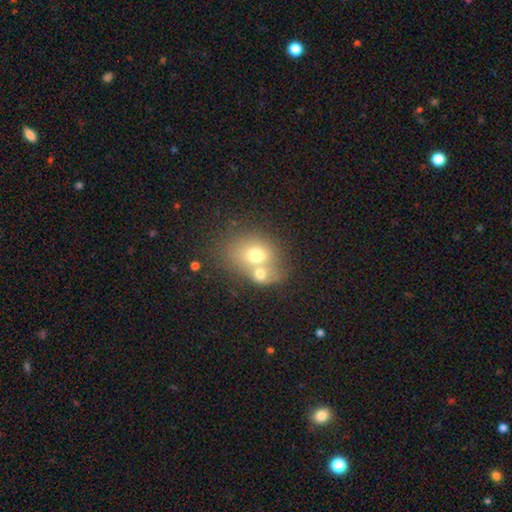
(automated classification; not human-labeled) The model was most divided on "how rounded": round: 52%, in between: 47%, cigar-shaped: 1%. More confident: smooth or featured — smooth (67%); merging — merger (61%).